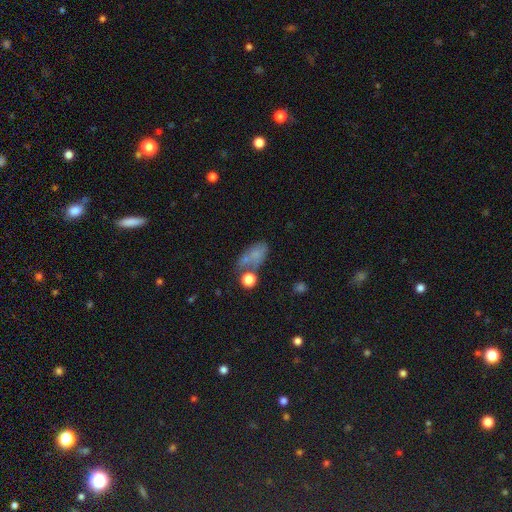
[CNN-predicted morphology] A smooth galaxy with no disk features (65%) that is in between round and cigar-shaped (80%). Merging: none (41%).